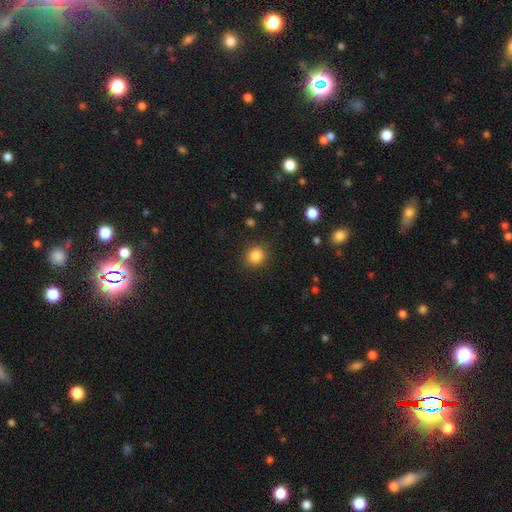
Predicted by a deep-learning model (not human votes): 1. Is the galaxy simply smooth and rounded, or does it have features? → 85% smooth, 11% star or artifact, 4% featured or disk.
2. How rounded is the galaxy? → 86% round, 13% in between, 1% cigar-shaped.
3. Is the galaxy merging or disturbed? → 88% none, 7% minor disturbance, 3% major disturbance, 1% merger.